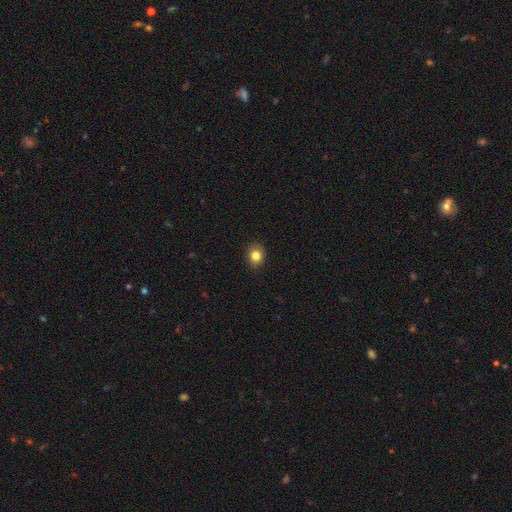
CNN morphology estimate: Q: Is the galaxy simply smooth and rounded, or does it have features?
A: smooth — 83%.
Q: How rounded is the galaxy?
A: round — 62%.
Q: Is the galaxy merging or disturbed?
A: none — 88%.